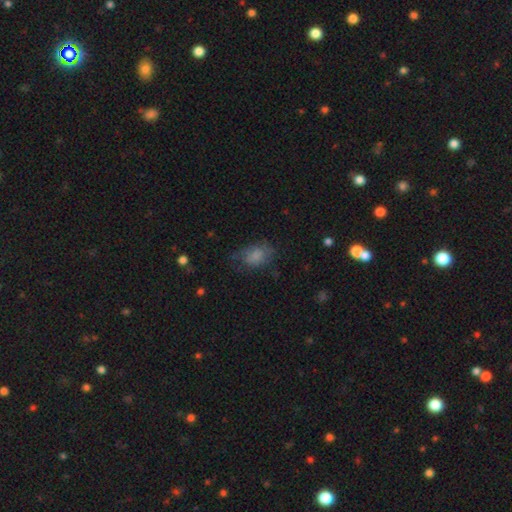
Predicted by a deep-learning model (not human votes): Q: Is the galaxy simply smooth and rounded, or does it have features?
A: smooth — 76%.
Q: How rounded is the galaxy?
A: in between — 82%.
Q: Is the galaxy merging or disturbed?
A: none — 53%.